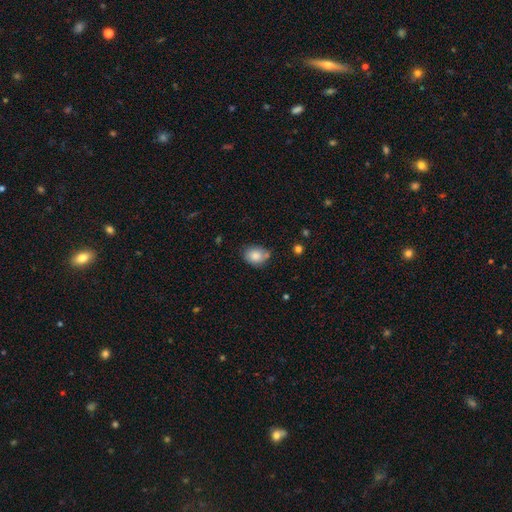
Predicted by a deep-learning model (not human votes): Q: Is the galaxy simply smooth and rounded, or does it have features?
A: smooth — 83%.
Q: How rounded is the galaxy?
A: in between — 57%.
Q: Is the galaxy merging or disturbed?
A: none — 65%.